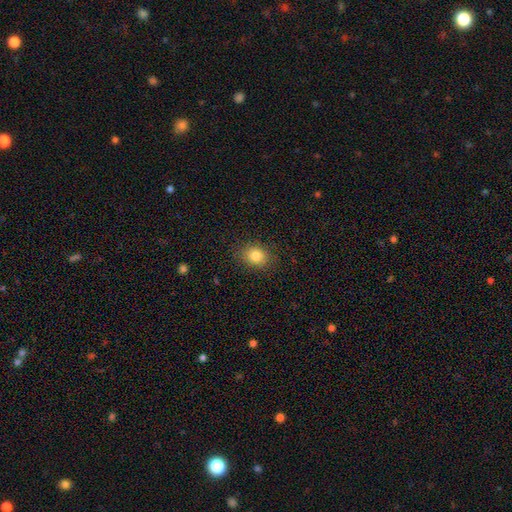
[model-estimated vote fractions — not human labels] The model was most divided on "how rounded": round: 50%, in between: 49%, cigar-shaped: 1%. More confident: merging — none (86%); smooth or featured — smooth (83%).